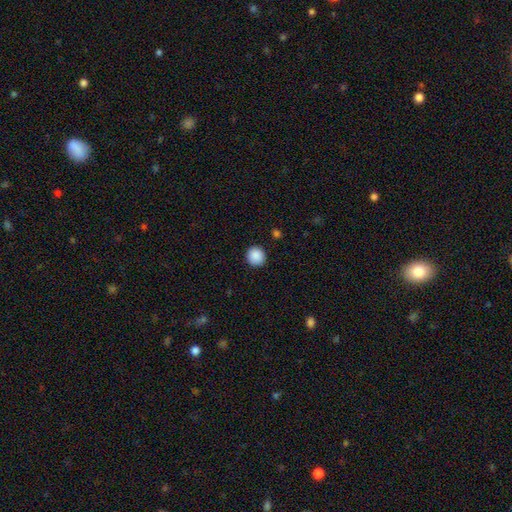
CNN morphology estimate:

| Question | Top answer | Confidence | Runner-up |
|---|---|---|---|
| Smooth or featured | smooth | 89% | star or artifact (8%) |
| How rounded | round | 93% | in between (6%) |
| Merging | none | 92% | minor disturbance (5%) |